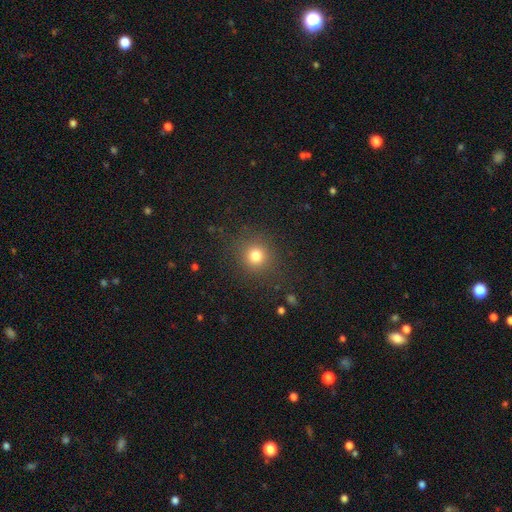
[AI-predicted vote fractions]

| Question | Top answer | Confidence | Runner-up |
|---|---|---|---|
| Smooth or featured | smooth | 78% | star or artifact (16%) |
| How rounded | round | 91% | in between (8%) |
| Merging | none | 87% | minor disturbance (8%) |